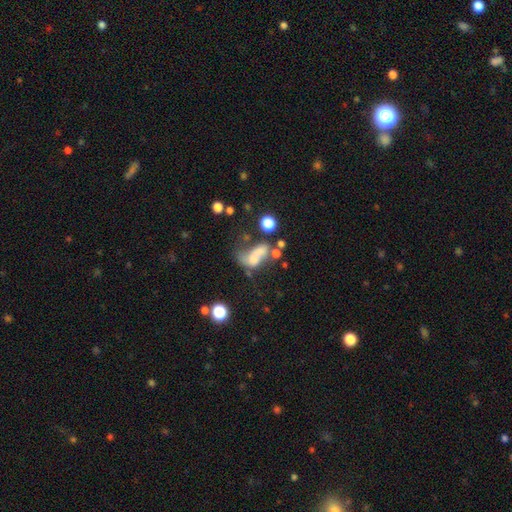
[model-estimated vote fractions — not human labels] Smooth or featured?
  - smooth: 50% *
  - featured or disk: 35%
  - star or artifact: 15%
How rounded?
  - in between: 78% *
  - round: 16%
  - cigar-shaped: 6%
Merging?
  - merger: 42% *
  - major disturbance: 28%
  - none: 17%
  - minor disturbance: 14%